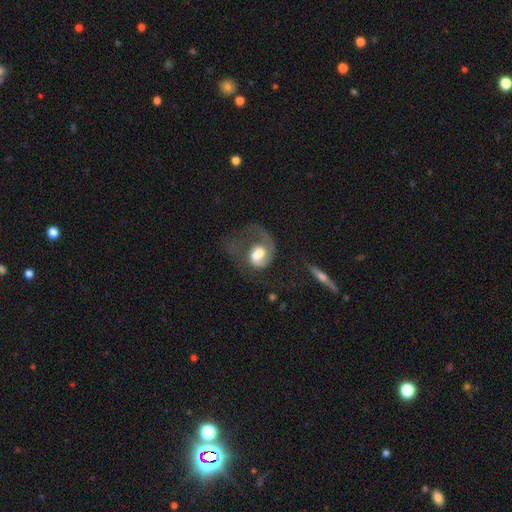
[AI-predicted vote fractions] A featured or disk galaxy (66%) with no bar (62%), 1 (79%) loose (45%) spiral arms (83%) and a moderate central bulge (47%). Merging: major disturbance (48%).